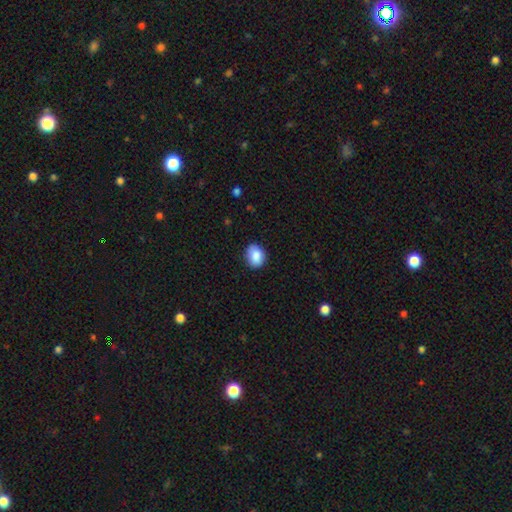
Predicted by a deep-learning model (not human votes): Overall: smooth (86%). How rounded: in between (54%; round 45%). Merging: none (80%).